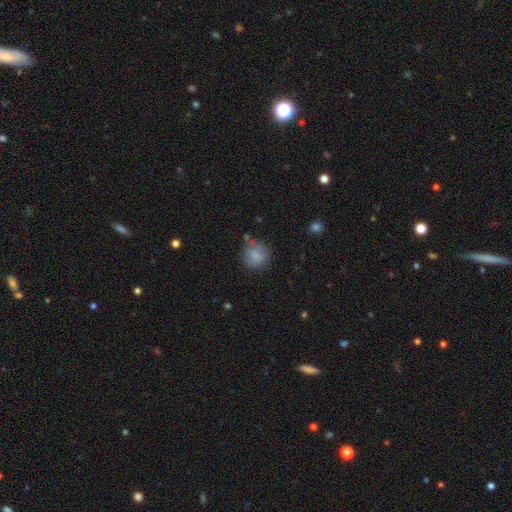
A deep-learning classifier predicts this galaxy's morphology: Smooth or featured?
  - smooth: 81% *
  - featured or disk: 10%
  - star or artifact: 10%
How rounded?
  - round: 86% *
  - in between: 13%
  - cigar-shaped: 1%
Merging?
  - none: 63% *
  - minor disturbance: 22%
  - merger: 7%
  - major disturbance: 7%